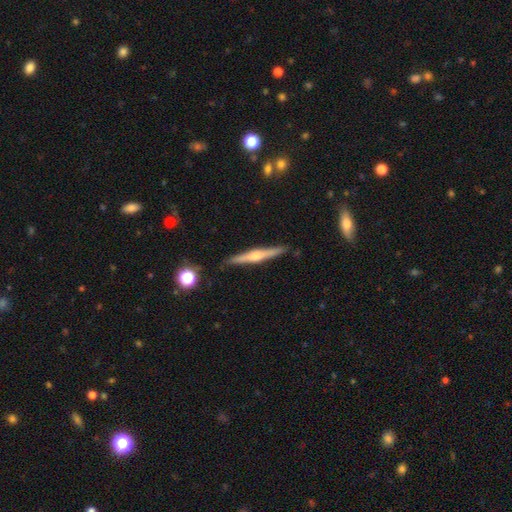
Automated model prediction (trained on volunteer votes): smooth_or_featured: featured or disk (p=0.67) [alt: smooth p=0.27]
disk_edge_on: yes (p=0.98) [alt: no p=0.02]
edge_on_bulge: rounded (p=0.79) [alt: boxy p=0.12]
merging: none (p=0.89) [alt: minor disturbance p=0.08]